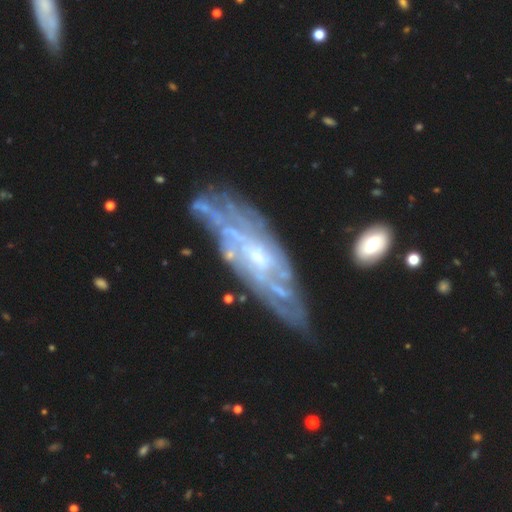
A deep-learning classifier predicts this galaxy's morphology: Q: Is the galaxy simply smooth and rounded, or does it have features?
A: featured or disk — 85%.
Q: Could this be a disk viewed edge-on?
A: no — 81%.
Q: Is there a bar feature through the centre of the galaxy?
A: no — 57%.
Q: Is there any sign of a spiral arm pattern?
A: yes — 90%.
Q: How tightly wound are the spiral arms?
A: tight — 58%.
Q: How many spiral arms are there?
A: can't tell — 52%.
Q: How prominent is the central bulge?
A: small — 64%.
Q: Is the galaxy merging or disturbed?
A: none — 69%.